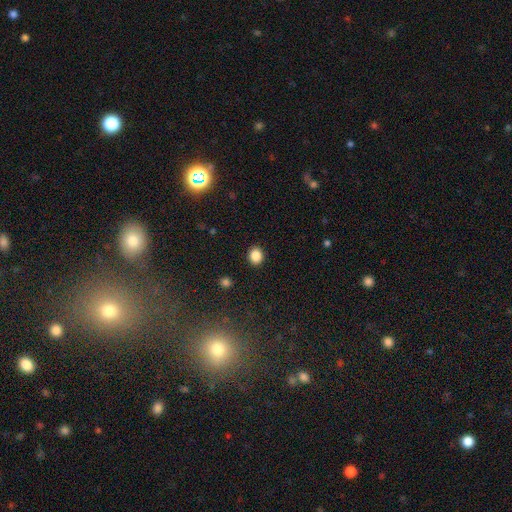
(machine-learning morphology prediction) Q: Smooth or featured?
A: smooth (86%); runner-up: star or artifact (10%)
Q: How rounded?
A: round (65%); runner-up: in between (34%)
Q: Merging?
A: none (91%); runner-up: minor disturbance (6%)